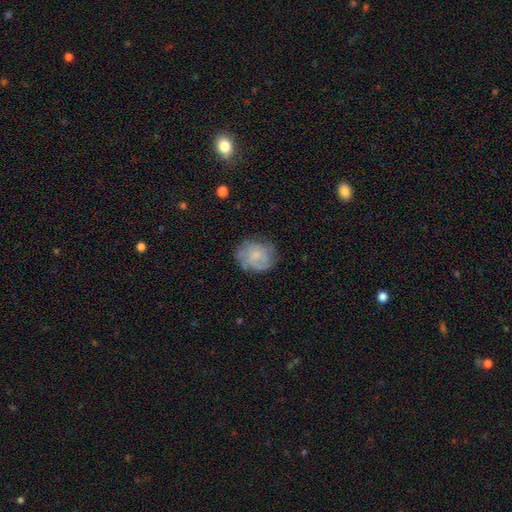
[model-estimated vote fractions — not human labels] Overall: smooth (57%; featured or disk 34%). How rounded: round (60%; in between 39%). Merging: none (66%).